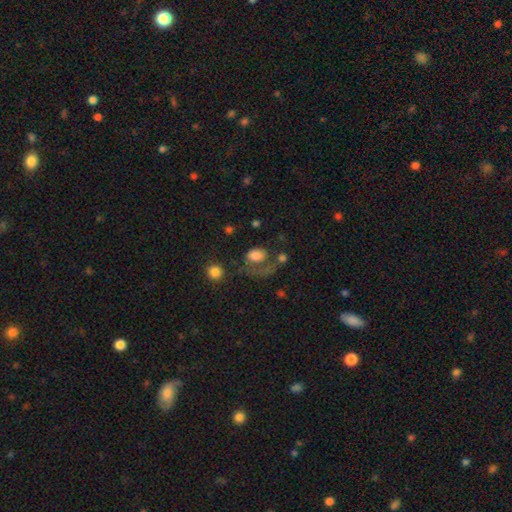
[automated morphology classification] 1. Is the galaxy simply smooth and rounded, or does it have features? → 67% smooth, 22% featured or disk, 11% star or artifact.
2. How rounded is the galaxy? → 67% in between, 31% round, 1% cigar-shaped.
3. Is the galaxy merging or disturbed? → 42% major disturbance, 31% none, 16% minor disturbance, 11% merger.